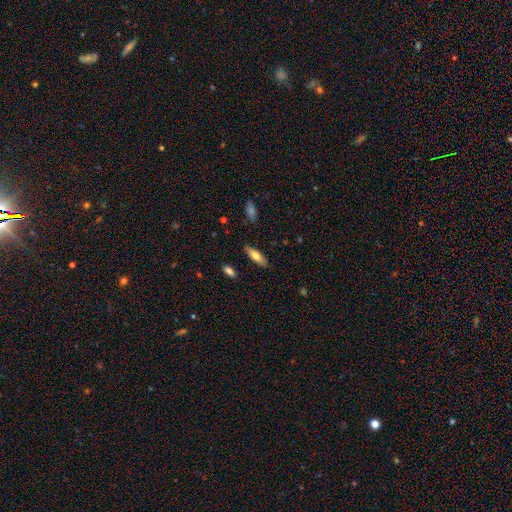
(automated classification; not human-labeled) smooth 68%, featured or disk 26%, star or artifact 7%. Down the decision tree: how rounded — in between (60%); merging — none (84%).